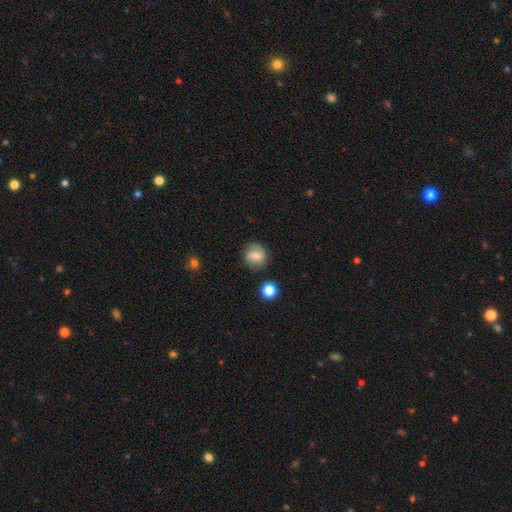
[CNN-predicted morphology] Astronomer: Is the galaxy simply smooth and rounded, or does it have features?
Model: featured or disk — 45%, tied with smooth at 45%.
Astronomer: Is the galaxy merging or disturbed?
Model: none — 77%.